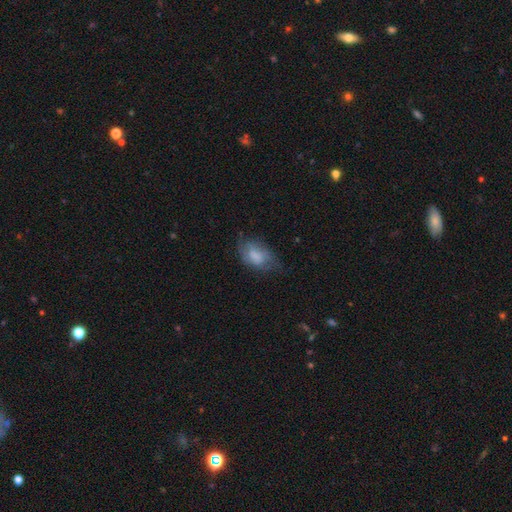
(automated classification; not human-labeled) This is likely a smooth galaxy (63%). How rounded: clearly in between (89%). Merging: possibly none (49%).